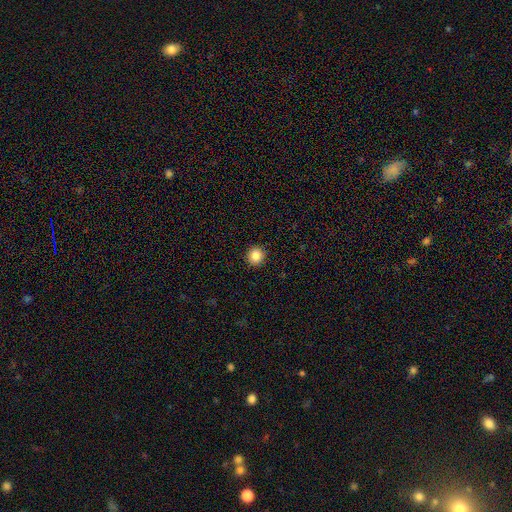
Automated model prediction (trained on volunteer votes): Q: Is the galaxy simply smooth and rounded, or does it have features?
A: smooth — 86%.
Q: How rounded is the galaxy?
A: round — 93%.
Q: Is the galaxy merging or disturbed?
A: none — 93%.